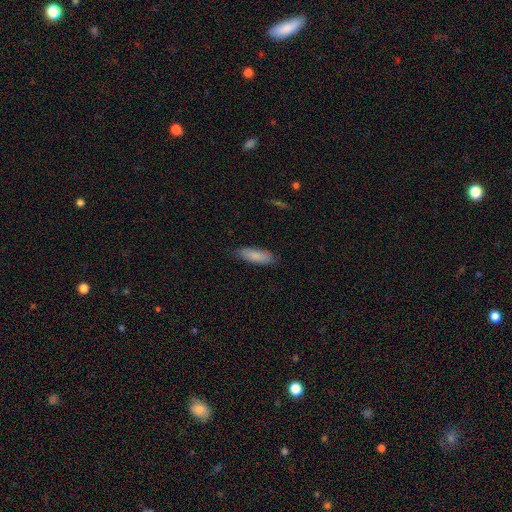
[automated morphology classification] Smooth or featured? Predicted: smooth (p=0.85). How rounded? Predicted: in between (p=0.55). Merging? Predicted: none (p=0.82).